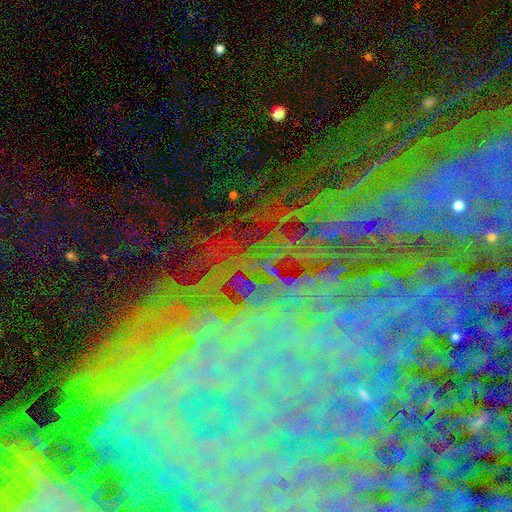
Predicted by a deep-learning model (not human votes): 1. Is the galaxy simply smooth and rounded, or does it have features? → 65% star or artifact, 24% featured or disk, 11% smooth.